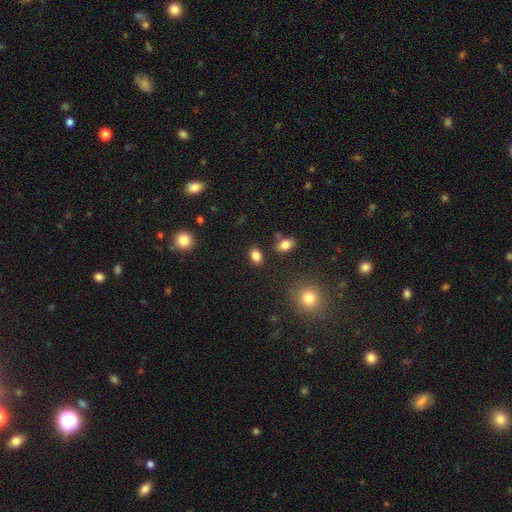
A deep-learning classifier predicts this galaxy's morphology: smooth 85%, star or artifact 10%, featured or disk 5%. Down the decision tree: how rounded — in between (76%); merging — none (81%).